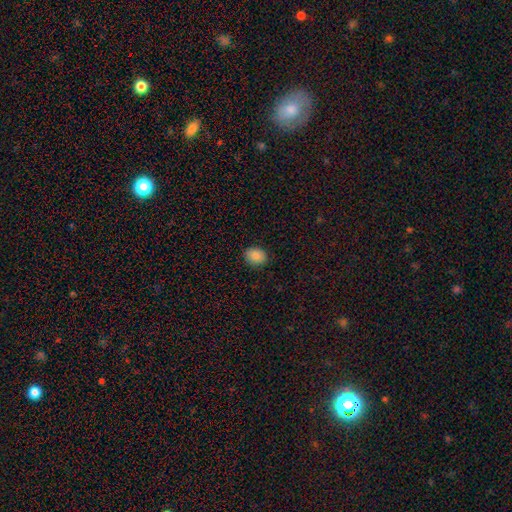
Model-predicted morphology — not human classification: A smooth galaxy with no disk features (85%) that is in between round and cigar-shaped (51%). Merging: none (89%).